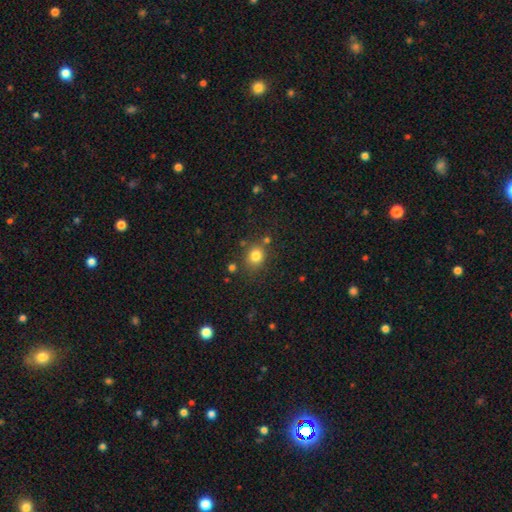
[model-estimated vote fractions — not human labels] Smooth or featured? smooth (80%)
How rounded? round (75%)
Merging? none (75%)